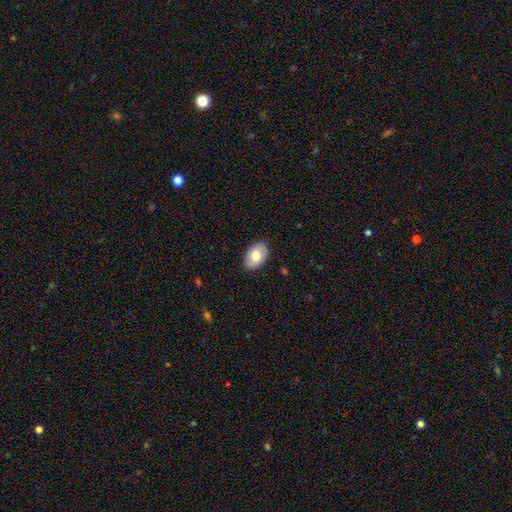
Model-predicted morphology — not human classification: smooth_or_featured: smooth (p=0.73) [alt: featured or disk p=0.21]
how_rounded: in between (p=0.90) [alt: round p=0.09]
merging: none (p=0.87) [alt: minor disturbance p=0.10]